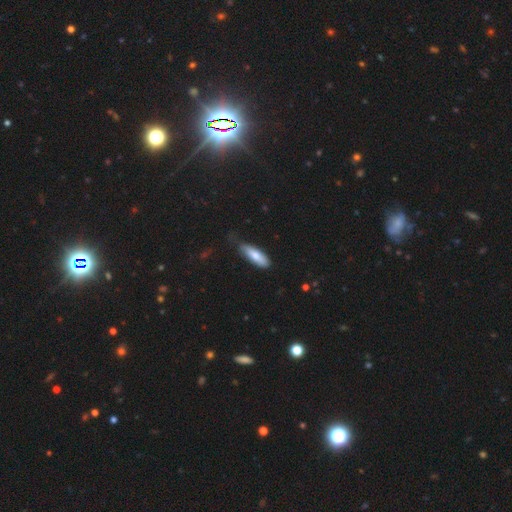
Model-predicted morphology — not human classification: smooth-or-featured: smooth: 75% | featured or disk: 20% | star or artifact: 6%
  how-rounded: in between: 52% | cigar-shaped: 47% | round: 2%
  merging: none: 63% | minor disturbance: 29% | major disturbance: 7% | merger: 2%